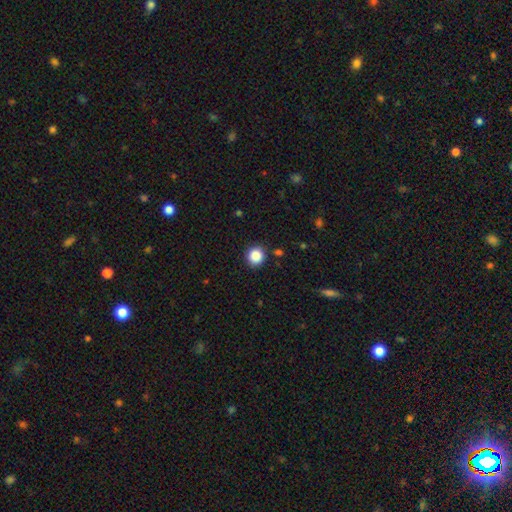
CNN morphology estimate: smooth 87%, star or artifact 10%, featured or disk 3%. Down the decision tree: how rounded — round (92%); merging — none (88%).